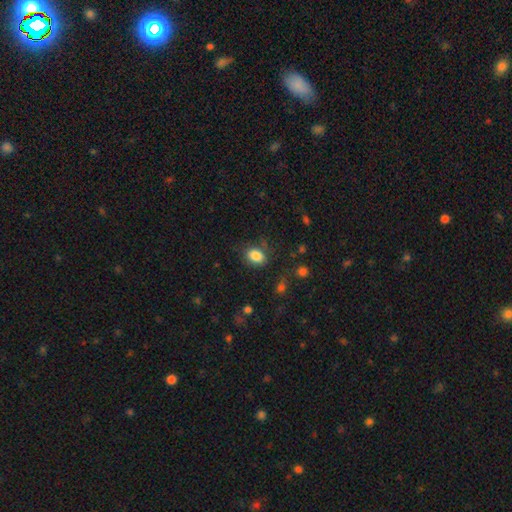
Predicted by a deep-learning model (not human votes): A smooth galaxy with no disk features (85%) that is in between round and cigar-shaped (76%). Merging: none (77%).